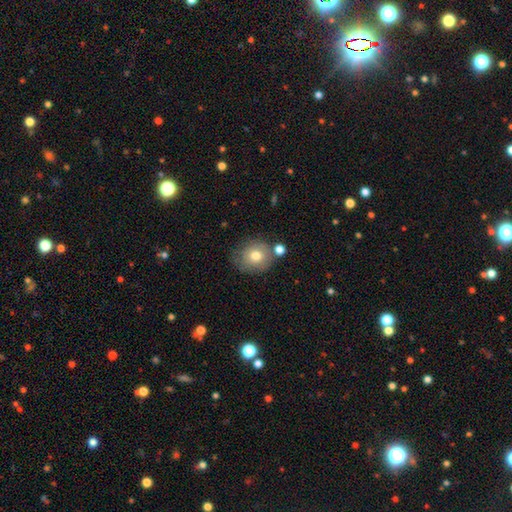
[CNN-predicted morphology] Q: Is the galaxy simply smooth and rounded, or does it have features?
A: smooth — 75%.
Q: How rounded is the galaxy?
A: round — 77%.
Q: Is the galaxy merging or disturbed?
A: none — 67%.